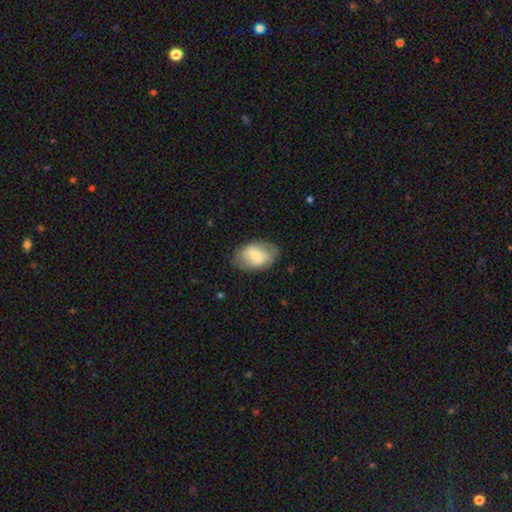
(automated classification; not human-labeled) Q: Smooth or featured?
A: smooth (62%); runner-up: featured or disk (32%)
Q: How rounded?
A: in between (89%); runner-up: round (10%)
Q: Merging?
A: none (74%); runner-up: minor disturbance (19%)